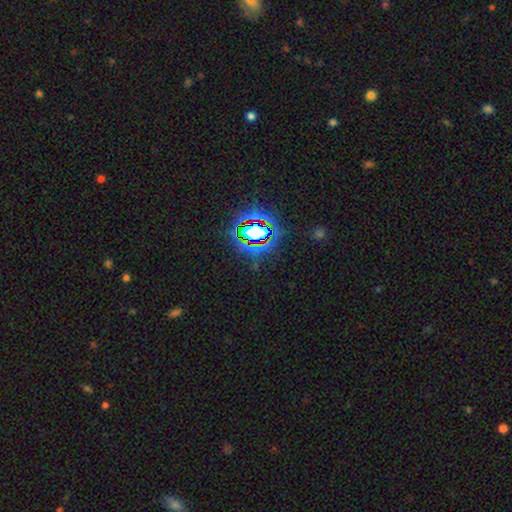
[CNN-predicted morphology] Overall: star or artifact (78%).